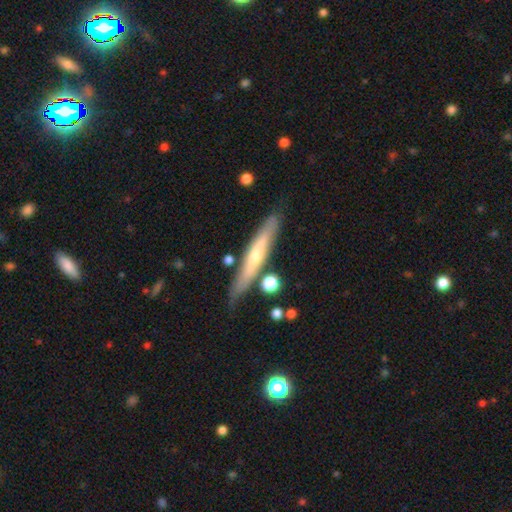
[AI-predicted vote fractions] Morphology: type=featured or disk (53%); edge-on=yes (87%); merging=none (79%).